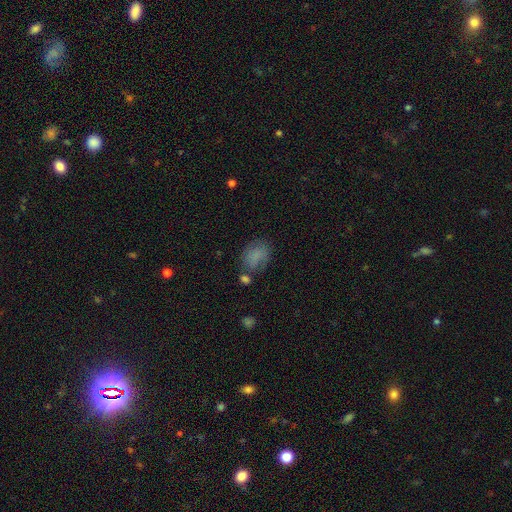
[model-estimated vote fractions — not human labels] Smooth or featured?
  - smooth: 77% *
  - featured or disk: 12%
  - star or artifact: 11%
How rounded?
  - in between: 66% *
  - round: 33%
  - cigar-shaped: 1%
Merging?
  - none: 58% *
  - minor disturbance: 22%
  - major disturbance: 10%
  - merger: 9%